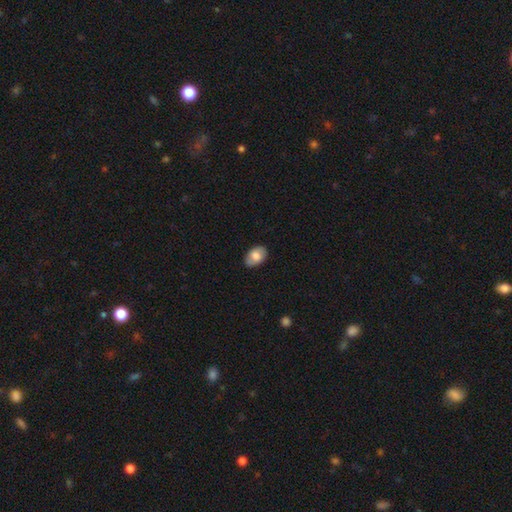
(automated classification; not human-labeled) Morphology: type=smooth (74%); roundness=in between (89%); merging=none (84%).